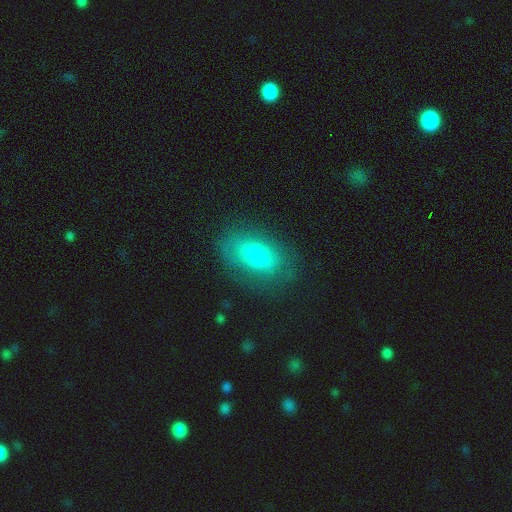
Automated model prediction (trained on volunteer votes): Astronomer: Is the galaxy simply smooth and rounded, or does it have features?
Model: smooth — 70%.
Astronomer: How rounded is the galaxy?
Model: in between — 84%.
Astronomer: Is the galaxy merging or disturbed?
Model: none — 73%.